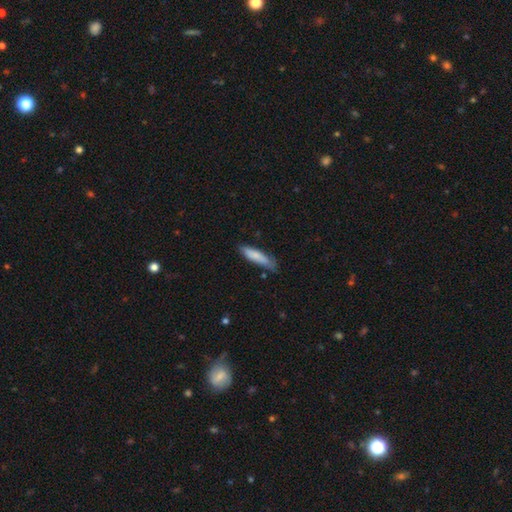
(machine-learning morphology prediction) Smooth or featured? Predicted: smooth (p=0.80). How rounded? Predicted: cigar-shaped (p=0.75). Merging? Predicted: none (p=0.69).